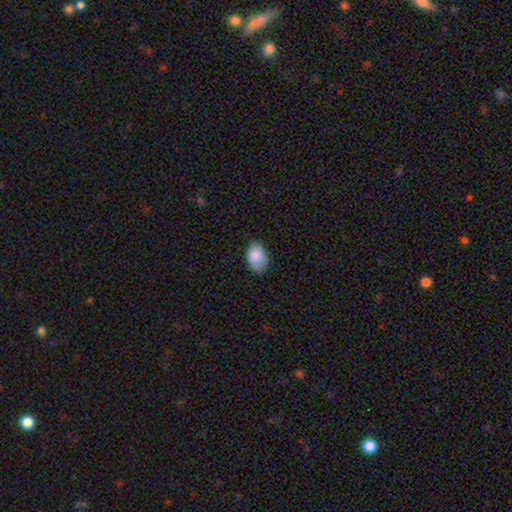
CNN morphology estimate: This is clearly a smooth galaxy (85%). How rounded: clearly in between (89%). Merging: likely none (69%).